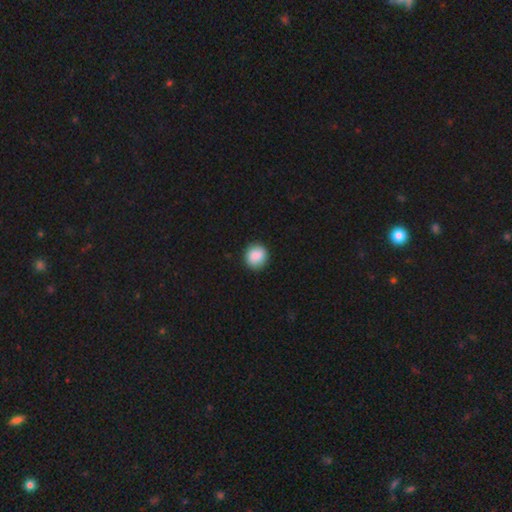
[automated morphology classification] smooth_or_featured: smooth (p=0.88) [alt: star or artifact p=0.08]
how_rounded: round (p=0.87) [alt: in between p=0.12]
merging: none (p=0.89) [alt: minor disturbance p=0.08]